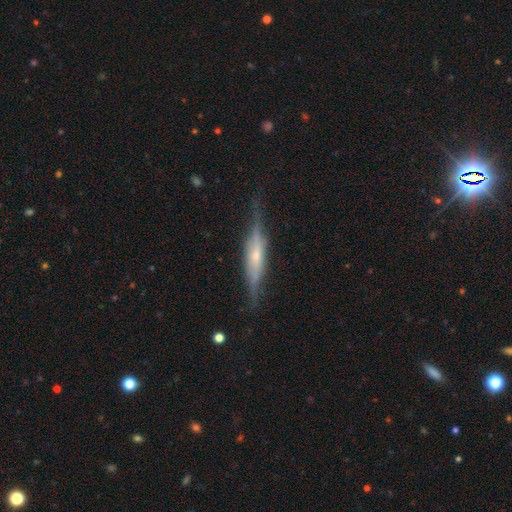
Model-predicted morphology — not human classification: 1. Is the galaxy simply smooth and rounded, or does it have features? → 70% featured or disk, 24% smooth, 7% star or artifact.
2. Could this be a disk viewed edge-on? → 92% yes, 8% no.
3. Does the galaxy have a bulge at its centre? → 58% rounded, 23% boxy, 20% none.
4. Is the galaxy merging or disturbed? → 75% none, 18% minor disturbance, 6% major disturbance, 1% merger.